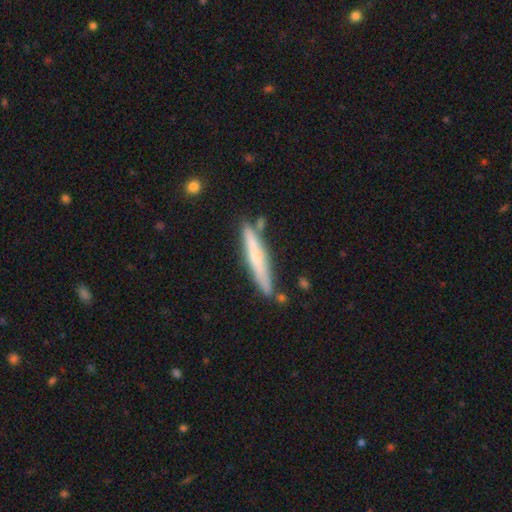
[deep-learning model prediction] The model was most divided on "smooth or featured": smooth: 52%, featured or disk: 42%, star or artifact: 6%. More confident: how rounded — cigar-shaped (94%); merging — none (78%).